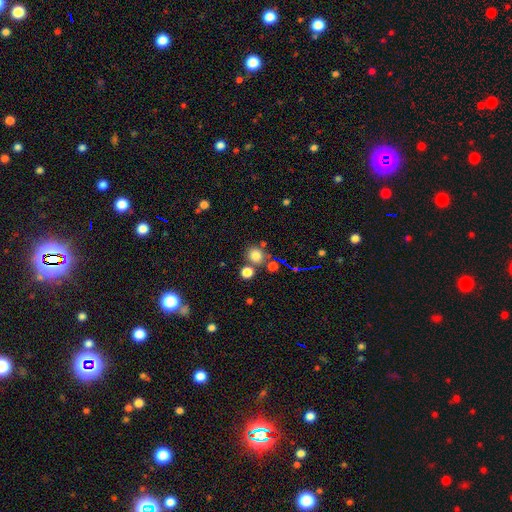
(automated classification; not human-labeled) Smooth or featured? Predicted: smooth (p=0.78). How rounded? Predicted: round (p=0.81). Merging? Predicted: none (p=0.69).